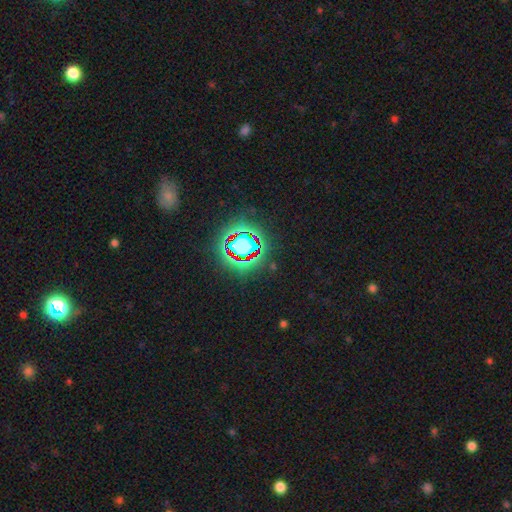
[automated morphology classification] Smooth or featured? star or artifact (80%)